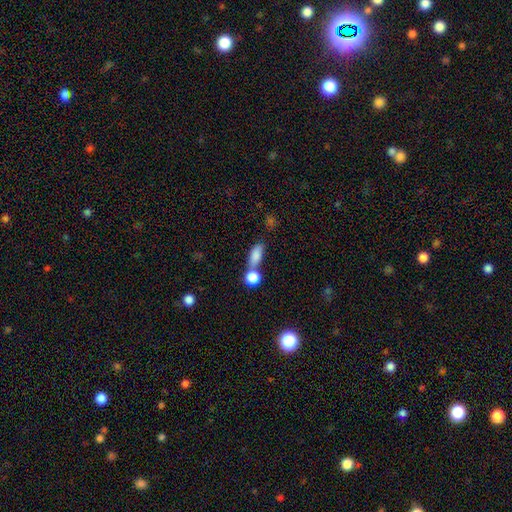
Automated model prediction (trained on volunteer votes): smooth-or-featured: smooth: 82% | star or artifact: 9% | featured or disk: 9%
  how-rounded: in between: 75% | cigar-shaped: 14% | round: 12%
  merging: none: 48% | merger: 35% | minor disturbance: 12% | major disturbance: 5%